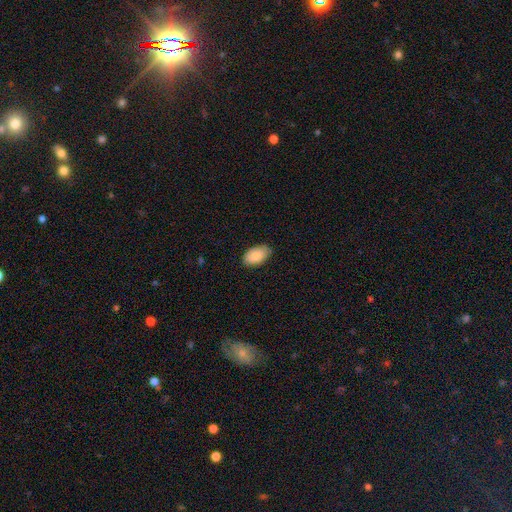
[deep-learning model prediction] Smooth or featured? Predicted: smooth (p=0.88). How rounded? Predicted: in between (p=0.94). Merging? Predicted: none (p=0.84).